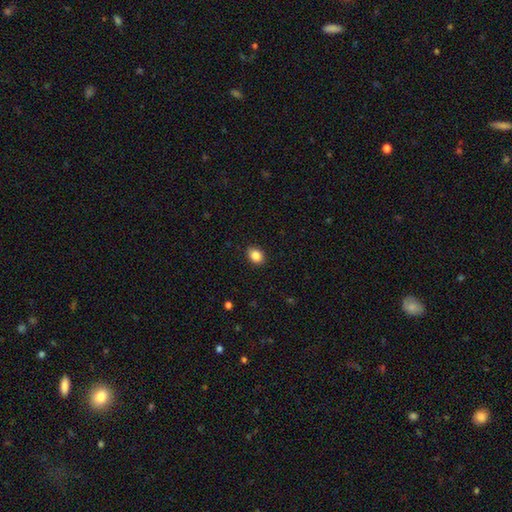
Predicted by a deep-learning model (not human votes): Smooth or featured? Predicted: smooth (p=0.86). How rounded? Predicted: in between (p=0.63). Merging? Predicted: none (p=0.89).